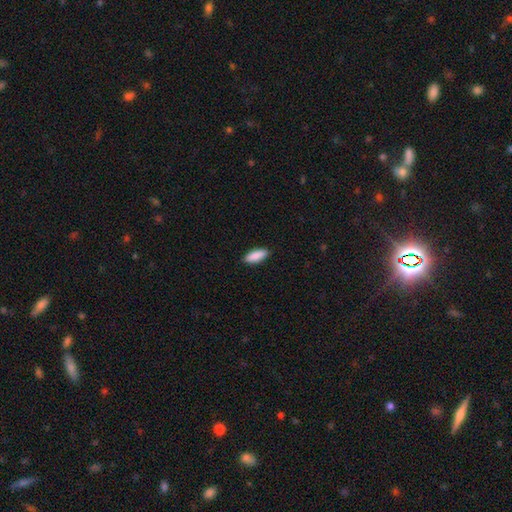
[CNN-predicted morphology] smooth-or-featured: smooth: 90% | star or artifact: 6% | featured or disk: 4%
  how-rounded: in between: 75% | cigar-shaped: 24% | round: 2%
  merging: none: 90% | minor disturbance: 8% | major disturbance: 2% | merger: 1%